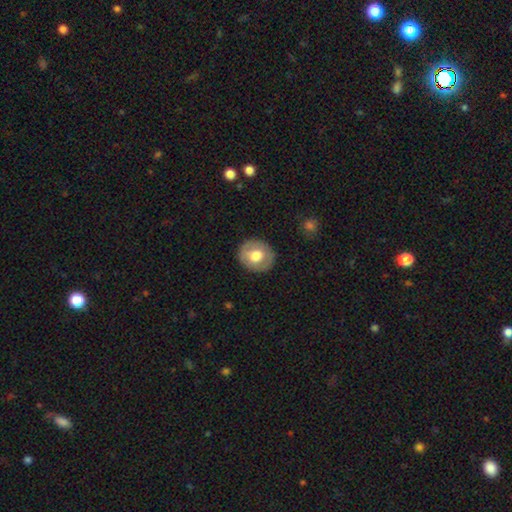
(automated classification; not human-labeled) This appears to be a smooth galaxy with no disk features (60%) that is round (81%). Merging: none (86%).